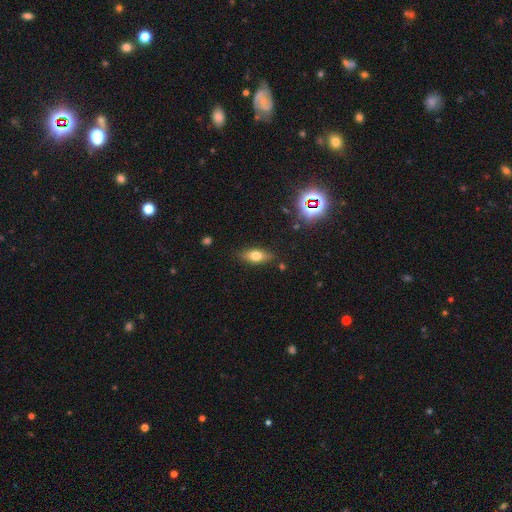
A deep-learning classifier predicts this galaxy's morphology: Smooth or featured?
  - smooth: 66% *
  - featured or disk: 24%
  - star or artifact: 10%
How rounded?
  - in between: 76% *
  - cigar-shaped: 19%
  - round: 6%
Merging?
  - none: 83% *
  - minor disturbance: 12%
  - major disturbance: 3%
  - merger: 2%